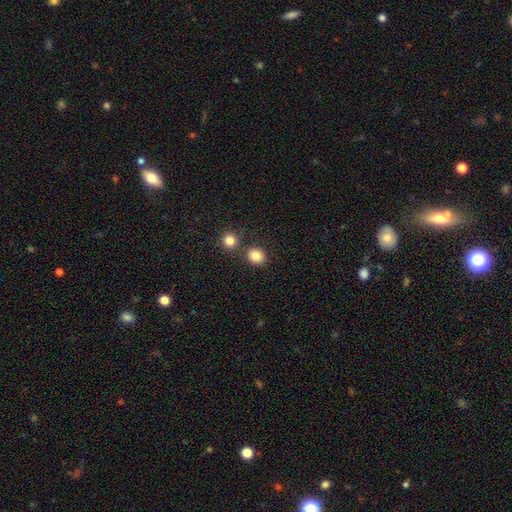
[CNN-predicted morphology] The model was most divided on "how rounded": round: 74%, in between: 25%, cigar-shaped: 1%. More confident: smooth or featured — smooth (84%); merging — none (77%).